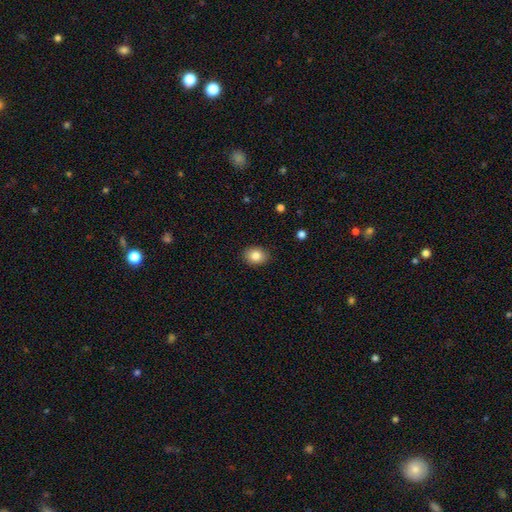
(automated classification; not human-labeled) This is clearly a smooth galaxy (84%). How rounded: possibly in between (56%). Merging: clearly none (89%).